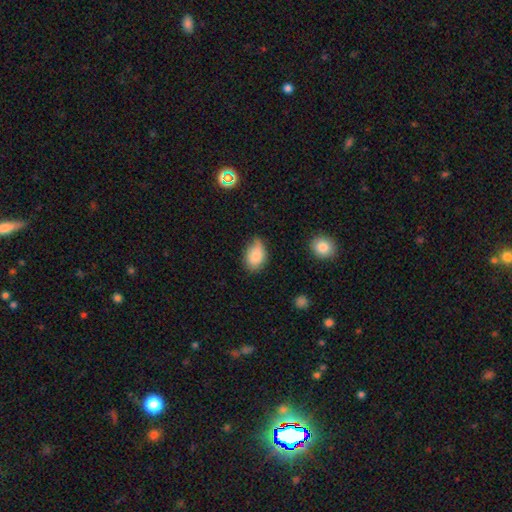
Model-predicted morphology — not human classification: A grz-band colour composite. It shows a smooth galaxy with no disk features (83%) that is in between round and cigar-shaped (83%). Merging: none (54%).